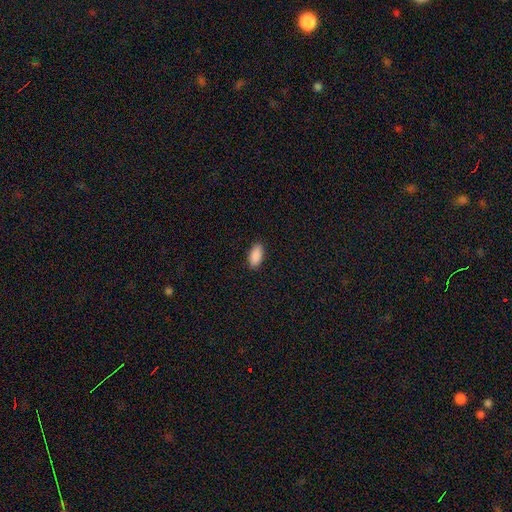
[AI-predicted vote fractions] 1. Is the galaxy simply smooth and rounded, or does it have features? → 91% smooth, 7% star or artifact, 3% featured or disk.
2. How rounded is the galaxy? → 93% in between, 4% cigar-shaped, 2% round.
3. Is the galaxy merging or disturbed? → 88% none, 9% minor disturbance, 2% major disturbance, 1% merger.